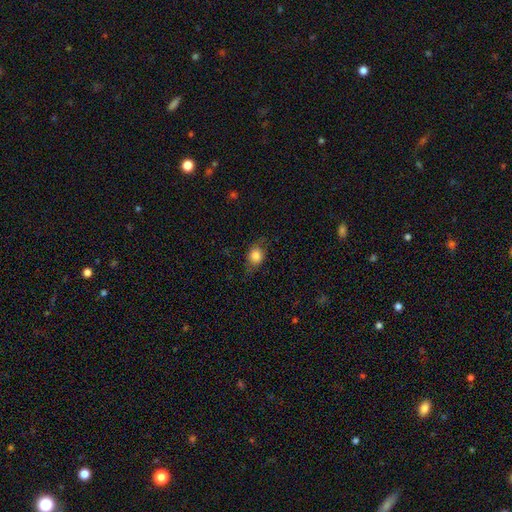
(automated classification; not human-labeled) Q: Smooth or featured?
A: smooth (75%); runner-up: featured or disk (16%)
Q: How rounded?
A: in between (51%); runner-up: round (46%)
Q: Merging?
A: none (70%); runner-up: minor disturbance (21%)